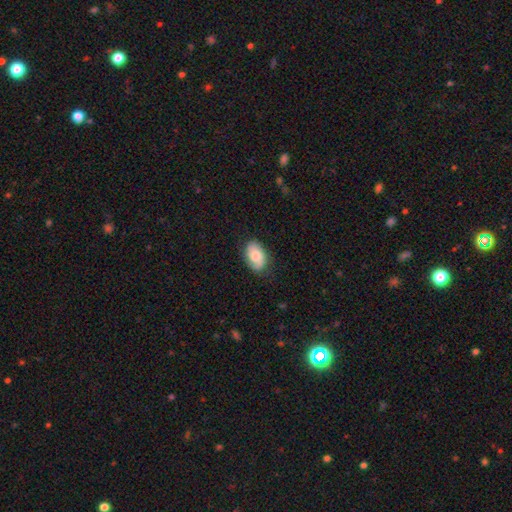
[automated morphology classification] smooth_or_featured: smooth (p=0.64) [alt: featured or disk p=0.29]
how_rounded: in between (p=0.90) [alt: round p=0.09]
merging: none (p=0.76) [alt: minor disturbance p=0.18]